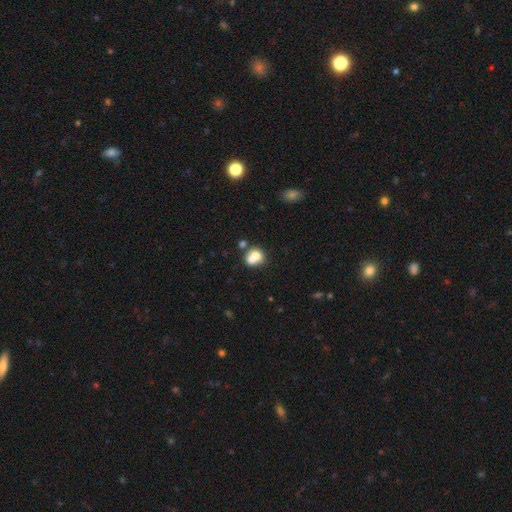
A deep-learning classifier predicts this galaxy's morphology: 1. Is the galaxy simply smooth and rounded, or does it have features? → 68% smooth, 21% featured or disk, 11% star or artifact.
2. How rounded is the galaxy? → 71% round, 29% in between, 1% cigar-shaped.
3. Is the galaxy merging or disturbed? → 57% merger, 32% none, 8% minor disturbance, 4% major disturbance.